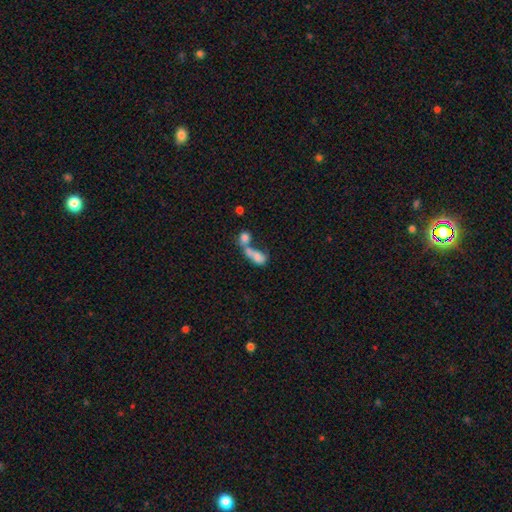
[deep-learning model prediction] smooth 67%, featured or disk 22%, star or artifact 10%. Down the decision tree: how rounded — in between (74%); merging — merger (68%).